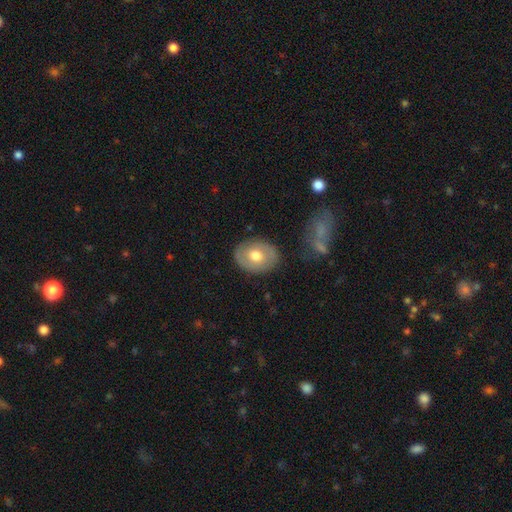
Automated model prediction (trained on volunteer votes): Smooth or featured?
  - smooth: 55% *
  - featured or disk: 39%
  - star or artifact: 6%
How rounded?
  - in between: 60% *
  - round: 39%
  - cigar-shaped: 1%
Merging?
  - none: 83% *
  - minor disturbance: 12%
  - major disturbance: 3%
  - merger: 2%